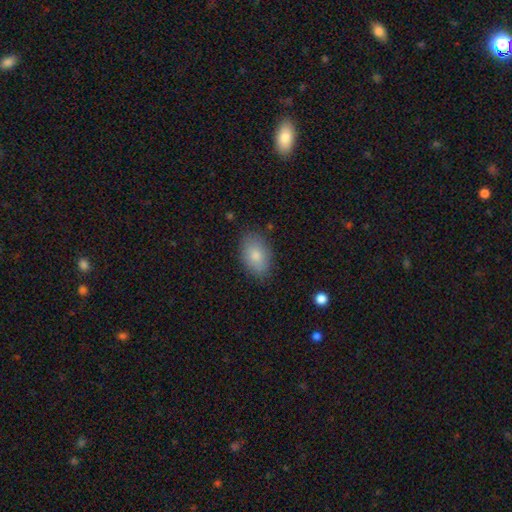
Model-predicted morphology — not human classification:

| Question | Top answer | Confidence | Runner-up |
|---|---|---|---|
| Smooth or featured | smooth | 82% | featured or disk (11%) |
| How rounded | in between | 90% | round (8%) |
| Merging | none | 83% | minor disturbance (13%) |